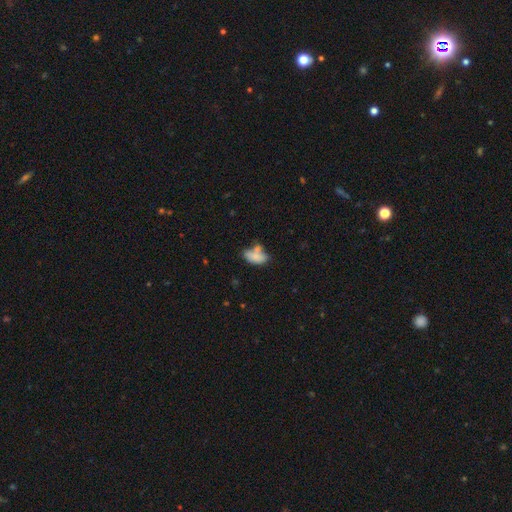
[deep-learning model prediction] Q: Smooth or featured?
A: smooth (78%); runner-up: featured or disk (14%)
Q: How rounded?
A: in between (90%); runner-up: round (5%)
Q: Merging?
A: none (41%); runner-up: merger (30%)